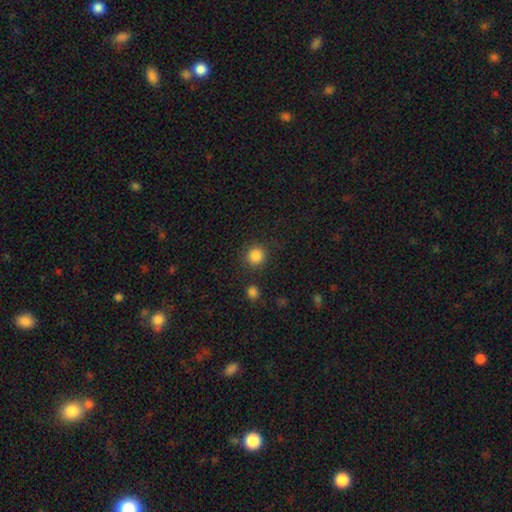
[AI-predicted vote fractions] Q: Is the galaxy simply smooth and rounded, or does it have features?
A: smooth — 85%.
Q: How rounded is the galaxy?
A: round — 93%.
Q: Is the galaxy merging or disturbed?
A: none — 87%.